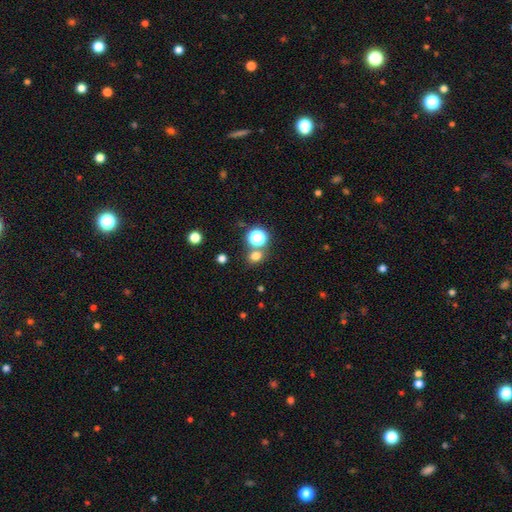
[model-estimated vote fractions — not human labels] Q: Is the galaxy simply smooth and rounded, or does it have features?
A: smooth — 71%.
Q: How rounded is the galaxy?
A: round — 71%.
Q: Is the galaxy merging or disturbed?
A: none — 72%.